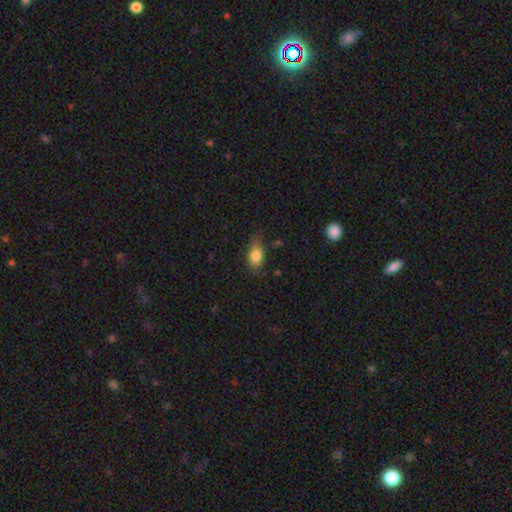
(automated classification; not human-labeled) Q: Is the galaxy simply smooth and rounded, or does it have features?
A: smooth — 81%.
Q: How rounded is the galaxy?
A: in between — 82%.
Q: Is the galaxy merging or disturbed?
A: none — 61%.